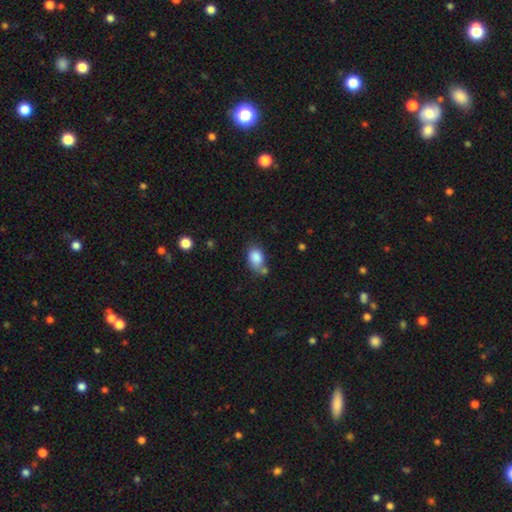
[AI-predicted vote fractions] A smooth galaxy with no disk features (85%) that is in between round and cigar-shaped (82%).

Vote fractions:
- Smooth or featured? smooth: 85% / star or artifact: 8% / featured or disk: 7%
- How rounded? in between: 82% / round: 17% / cigar-shaped: 2%
- Merging? none: 53% / minor disturbance: 24% / merger: 17% / major disturbance: 7%